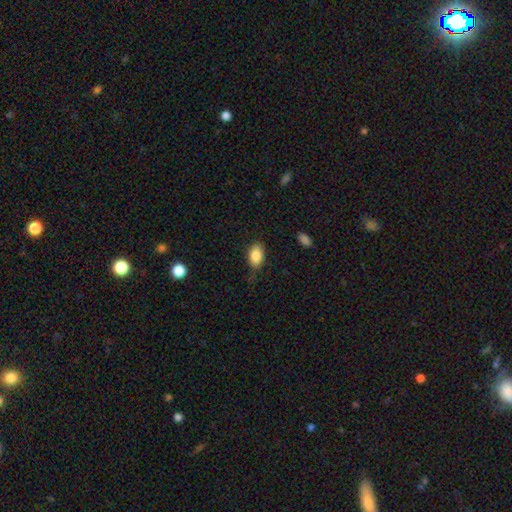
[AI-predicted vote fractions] Smooth or featured? Predicted: smooth (p=0.86). How rounded? Predicted: in between (p=0.91). Merging? Predicted: none (p=0.70).